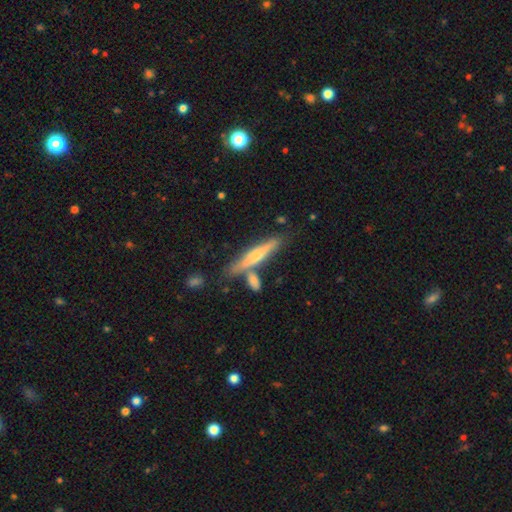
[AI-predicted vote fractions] smooth_or_featured: featured or disk (p=0.51) [alt: smooth p=0.43]
disk_edge_on: yes (p=0.93) [alt: no p=0.07]
merging: none (p=0.66) [alt: merger p=0.18]